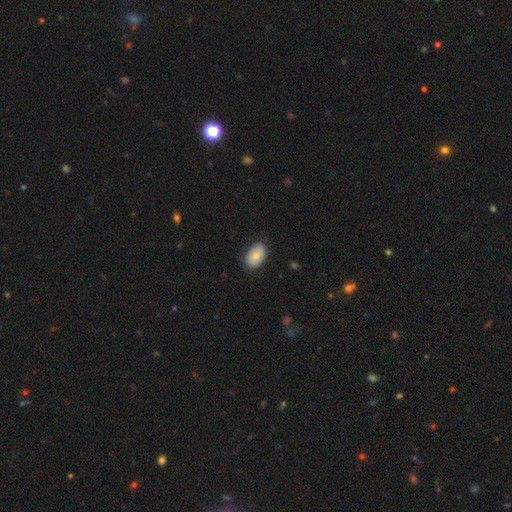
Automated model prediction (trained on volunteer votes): Q: Smooth or featured?
A: smooth (77%); runner-up: featured or disk (17%)
Q: How rounded?
A: in between (90%); runner-up: round (9%)
Q: Merging?
A: none (78%); runner-up: minor disturbance (18%)